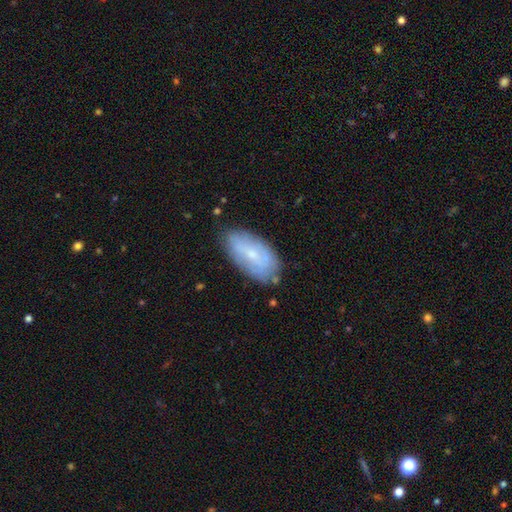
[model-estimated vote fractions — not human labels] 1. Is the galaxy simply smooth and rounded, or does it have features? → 52% smooth, 42% featured or disk, 7% star or artifact.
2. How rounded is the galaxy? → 92% in between, 4% cigar-shaped, 4% round.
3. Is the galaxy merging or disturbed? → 72% none, 20% minor disturbance, 5% major disturbance, 3% merger.